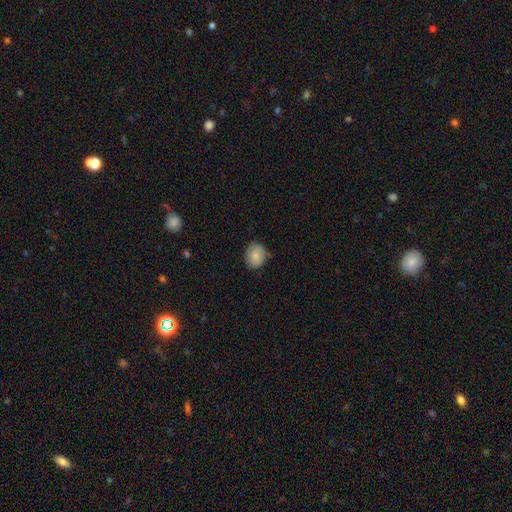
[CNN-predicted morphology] Q: Smooth or featured?
A: smooth (82%); runner-up: featured or disk (11%)
Q: How rounded?
A: round (61%); runner-up: in between (38%)
Q: Merging?
A: none (76%); runner-up: minor disturbance (20%)